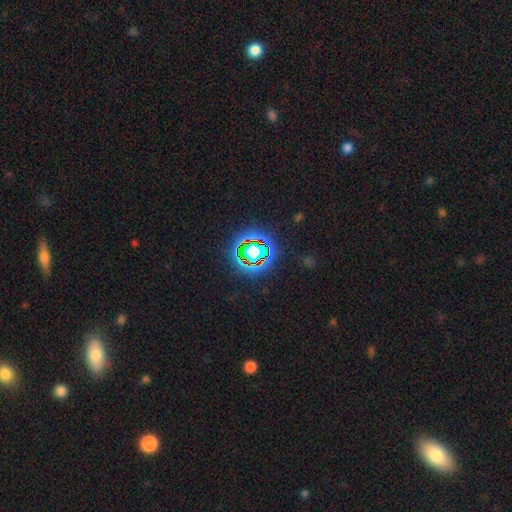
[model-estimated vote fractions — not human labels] Smooth or featured? star or artifact (75%)